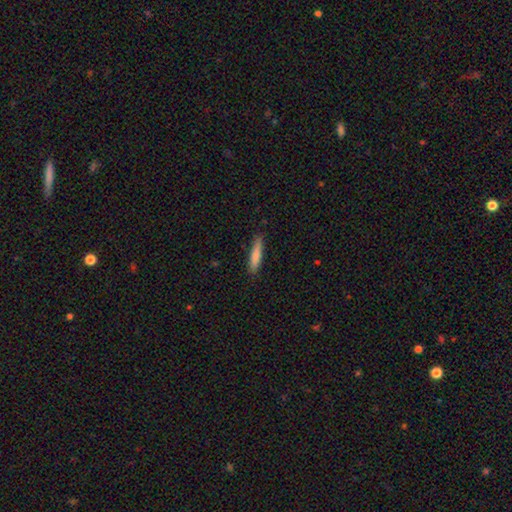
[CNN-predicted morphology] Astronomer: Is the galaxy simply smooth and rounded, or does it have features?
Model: smooth — 81%.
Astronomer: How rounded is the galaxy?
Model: cigar-shaped — 88%.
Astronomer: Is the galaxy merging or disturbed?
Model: none — 86%.